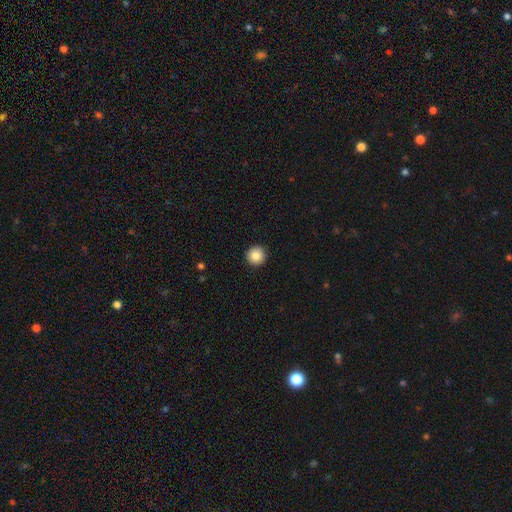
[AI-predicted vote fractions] This is clearly a smooth galaxy (86%). How rounded: clearly round (96%). Merging: clearly none (93%).